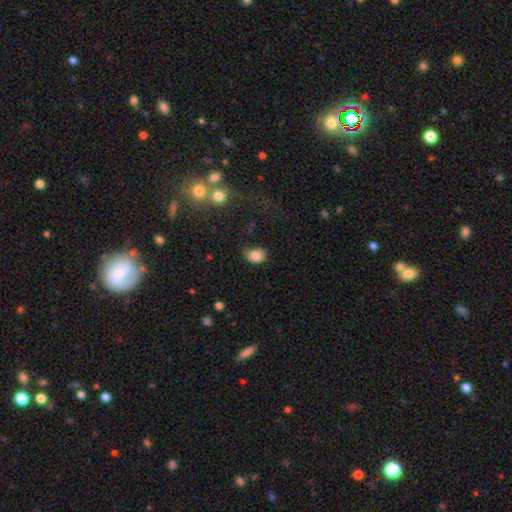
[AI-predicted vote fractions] Q: Smooth or featured?
A: smooth (83%); runner-up: star or artifact (10%)
Q: How rounded?
A: in between (53%); runner-up: round (46%)
Q: Merging?
A: none (44%); runner-up: minor disturbance (37%)